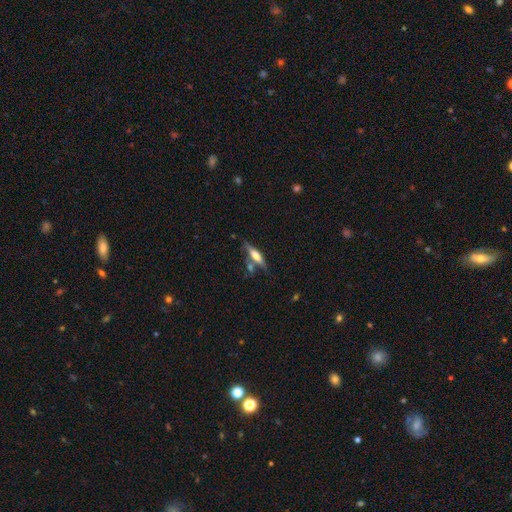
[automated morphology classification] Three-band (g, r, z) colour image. It shows a featured or disk galaxy (52%) viewed edge-on (92%). Merging: none (64%).